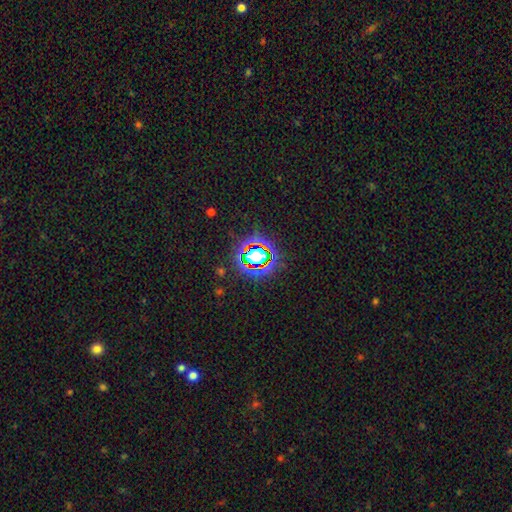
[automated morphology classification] This is likely a star or artifact rather than a galaxy (68%).